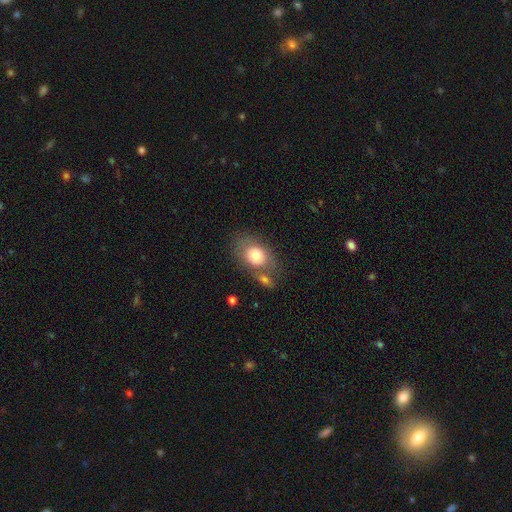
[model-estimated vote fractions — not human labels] This appears to be a smooth galaxy with no disk features (75%) that is in between round and cigar-shaped (71%). Merging: none (52%).